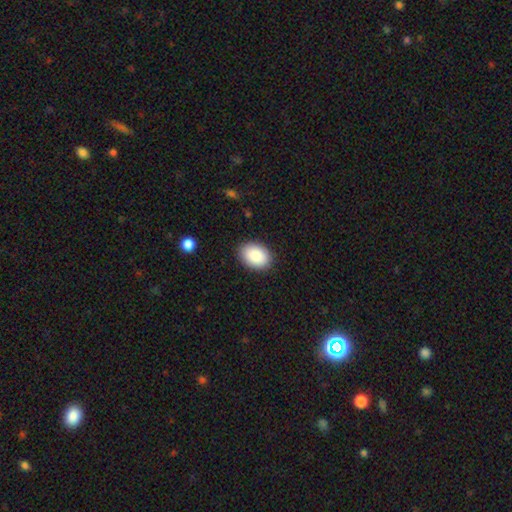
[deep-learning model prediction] Morphology: type=smooth (89%); roundness=in between (83%); merging=none (88%).